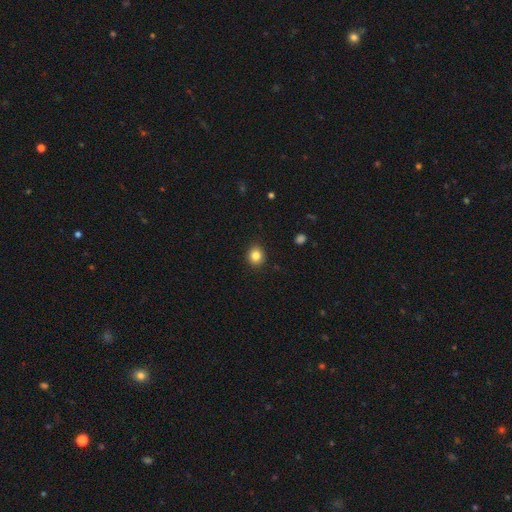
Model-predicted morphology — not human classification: Smooth or featured? Predicted: smooth (p=0.84). How rounded? Predicted: round (p=0.78). Merging? Predicted: none (p=0.90).